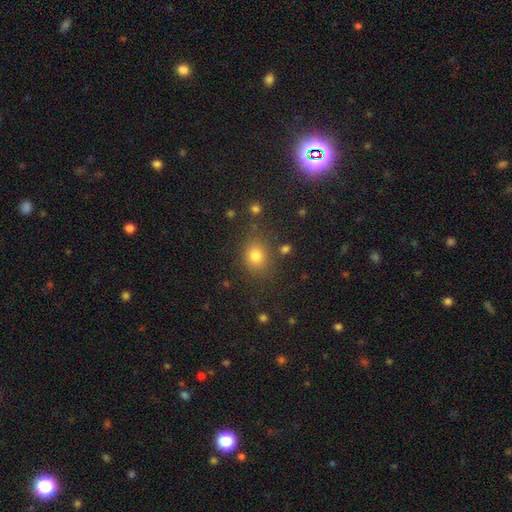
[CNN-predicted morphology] A smooth galaxy with no disk features (77%) that is round (67%).

Vote fractions:
- Smooth or featured? smooth: 77% / star or artifact: 17% / featured or disk: 7%
- How rounded? round: 67% / in between: 31% / cigar-shaped: 1%
- Merging? none: 80% / minor disturbance: 11% / merger: 5% / major disturbance: 4%